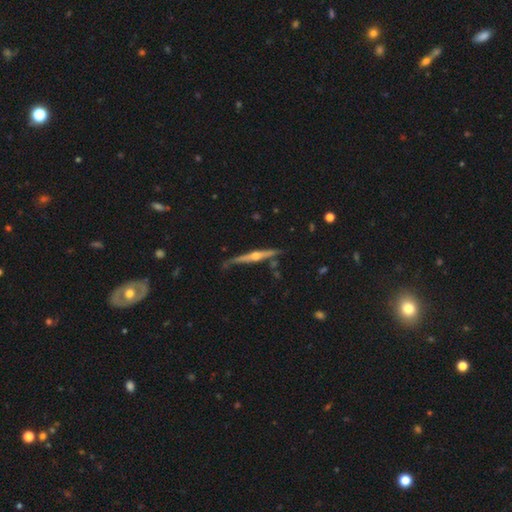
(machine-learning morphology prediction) This appears to be a featured or disk galaxy (80%) viewed edge-on (98%) with a rounded central bulge (91%). Merging: none (75%).